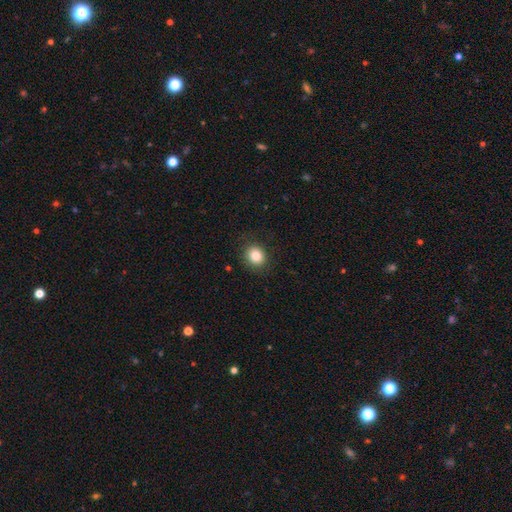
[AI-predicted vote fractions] Smooth or featured? Predicted: smooth (p=0.83). How rounded? Predicted: round (p=0.76). Merging? Predicted: none (p=0.88).